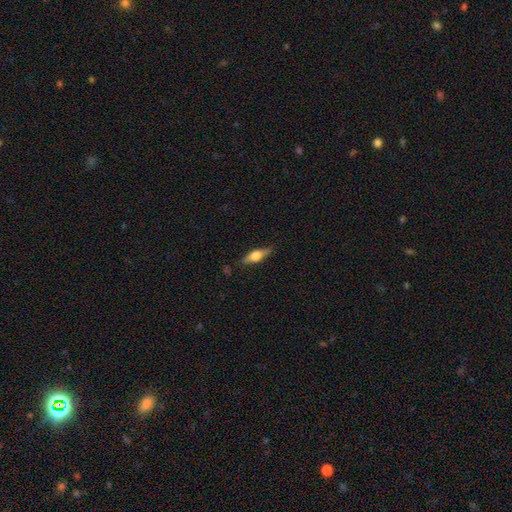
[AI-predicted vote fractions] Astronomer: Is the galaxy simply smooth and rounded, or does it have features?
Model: featured or disk — 55% (runner-up: smooth, 39%).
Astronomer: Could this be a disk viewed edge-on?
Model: yes — 93%.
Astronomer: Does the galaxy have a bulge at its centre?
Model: rounded — 93%.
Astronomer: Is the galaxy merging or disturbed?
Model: none — 83%.